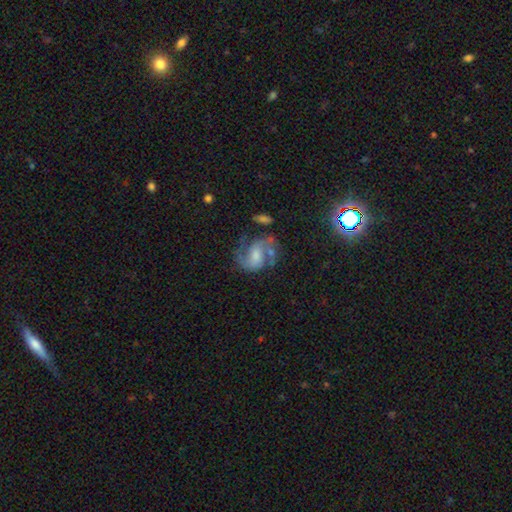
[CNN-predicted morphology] Smooth or featured: featured or disk — 77% (smooth — 15%)
Edge-on disk: no — 98% (yes — 2%)
Bar: no — 48% (weak — 41%)
Spiral arms: yes — 91% (no — 9%)
Spiral winding: medium — 53% (loose — 29%)
Spiral arm count: 2 — 78% (can't tell — 8%)
Bulge size: moderate — 38% (small — 29%)
Merging: none — 49% (minor disturbance — 21%)